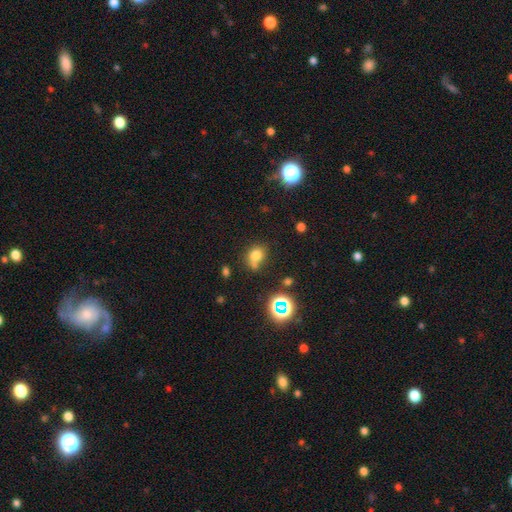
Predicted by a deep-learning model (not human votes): Q: Smooth or featured?
A: smooth (72%); runner-up: star or artifact (18%)
Q: How rounded?
A: round (63%); runner-up: in between (36%)
Q: Merging?
A: none (51%); runner-up: merger (23%)